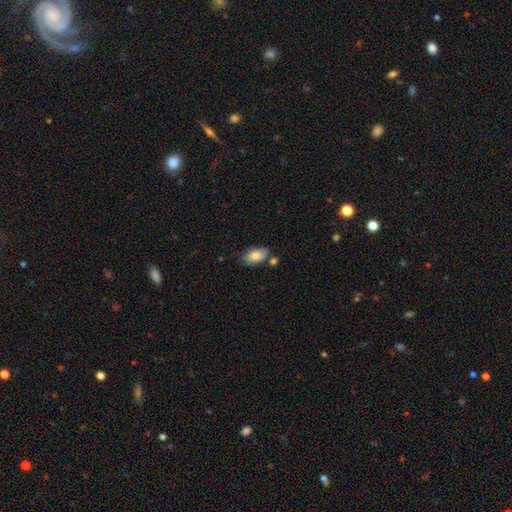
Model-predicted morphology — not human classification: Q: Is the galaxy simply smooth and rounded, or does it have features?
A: smooth — 82%.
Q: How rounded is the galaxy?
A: in between — 93%.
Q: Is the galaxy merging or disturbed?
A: none — 67%.